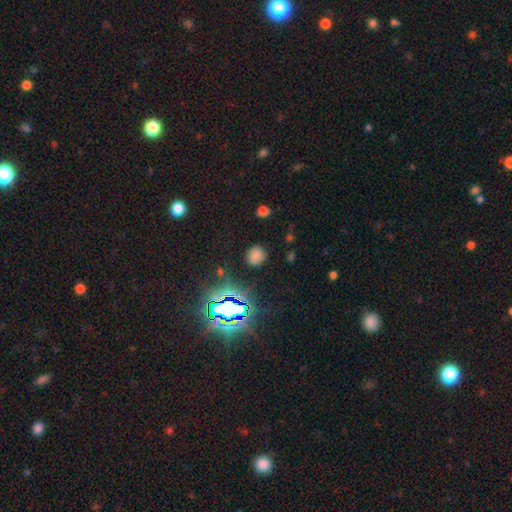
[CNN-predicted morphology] A smooth galaxy with no disk features (68%) that is round (75%). Merging: none (82%).